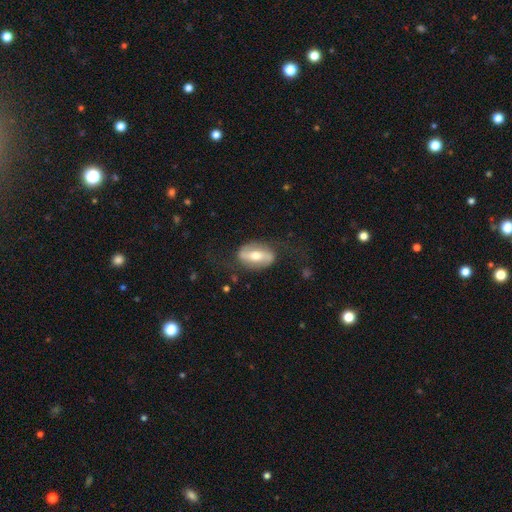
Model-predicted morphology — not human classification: Smooth or featured: featured or disk — 73% (smooth — 21%)
Edge-on disk: no — 92% (yes — 8%)
Bar: strong — 52% (weak — 29%)
Spiral arms: yes — 84% (no — 16%)
Spiral winding: loose — 54% (medium — 32%)
Spiral arm count: 2 — 90% (can't tell — 5%)
Bulge size: moderate — 69% (small — 21%)
Merging: none — 69% (minor disturbance — 17%)